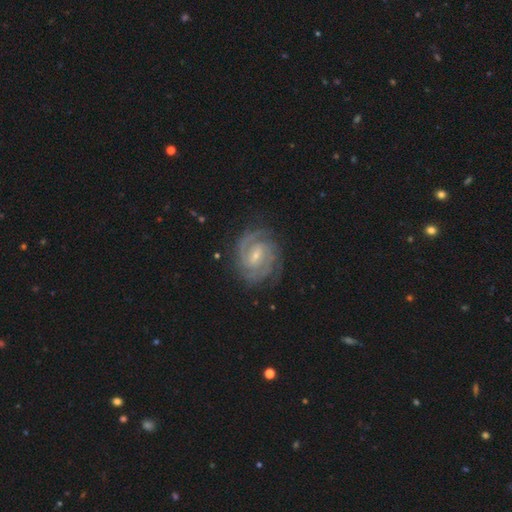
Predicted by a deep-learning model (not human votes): featured or disk 89%, smooth 6%, star or artifact 5%. Down the decision tree: edge-on disk — no (98%); bar — weak (55%); spiral arms — yes (98%); spiral arm count — 2 (43%); spiral winding — tight (66%); bulge size — small (69%); merging — none (79%).